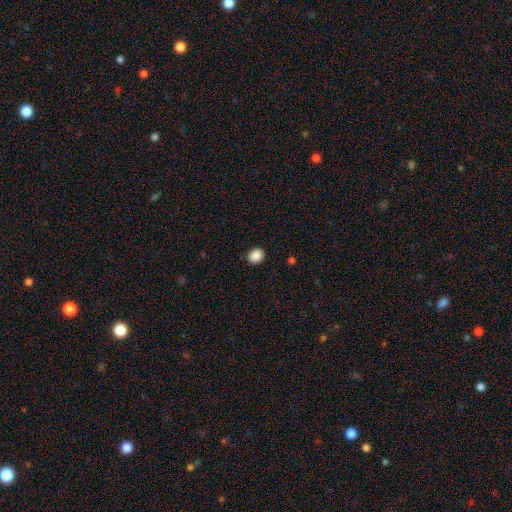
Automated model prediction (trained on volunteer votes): This is clearly a smooth galaxy (89%). How rounded: likely round (69%). Merging: clearly none (91%).